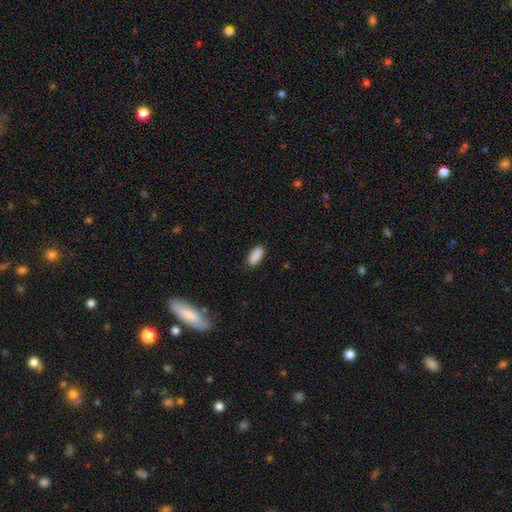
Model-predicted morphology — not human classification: This appears to be a smooth galaxy with no disk features (90%) that is in between round and cigar-shaped (83%). Merging: none (87%).